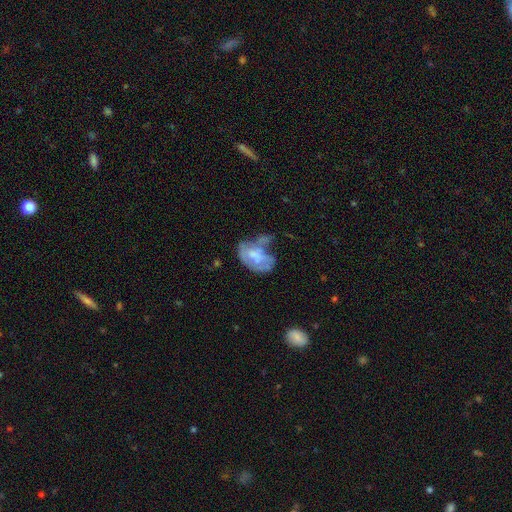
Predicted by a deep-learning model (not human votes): smooth_or_featured: featured or disk (p=0.52) [alt: smooth p=0.39]
disk_edge_on: no (p=0.97) [alt: yes p=0.03]
bar: no (p=0.77) [alt: weak p=0.19]
has_spiral_arms: no (p=0.70) [alt: yes p=0.30]
bulge_size: none (p=0.36) [alt: moderate p=0.31]
merging: major disturbance (p=0.37) [alt: minor disturbance p=0.23]